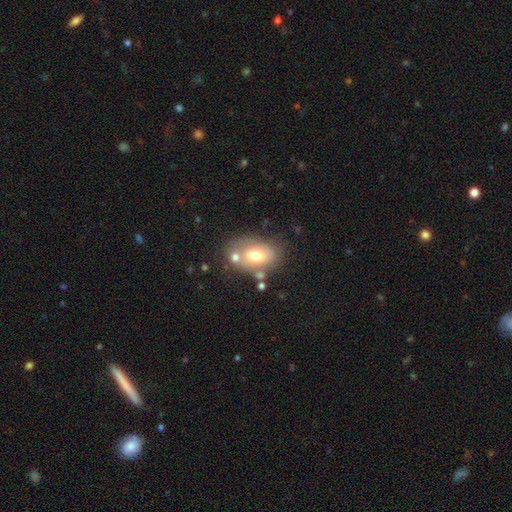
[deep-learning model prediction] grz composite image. It shows a smooth galaxy with no disk features (61%) that is in between round and cigar-shaped (82%). Merging: none (54%).